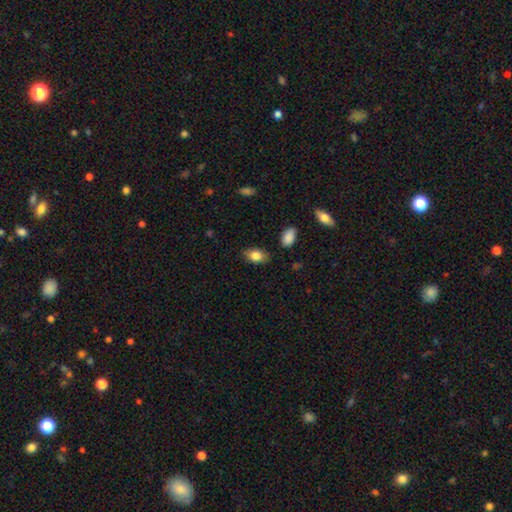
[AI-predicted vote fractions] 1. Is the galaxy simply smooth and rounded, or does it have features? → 82% smooth, 10% featured or disk, 7% star or artifact.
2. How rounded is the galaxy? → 89% in between, 9% round, 2% cigar-shaped.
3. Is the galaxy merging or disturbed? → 84% none, 12% minor disturbance, 3% major disturbance, 2% merger.